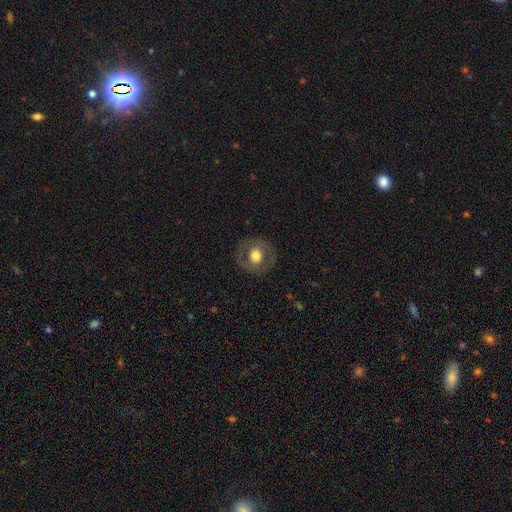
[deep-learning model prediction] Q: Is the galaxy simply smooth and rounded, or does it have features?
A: smooth — 56%.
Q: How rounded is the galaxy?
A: round — 84%.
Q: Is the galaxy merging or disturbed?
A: none — 84%.